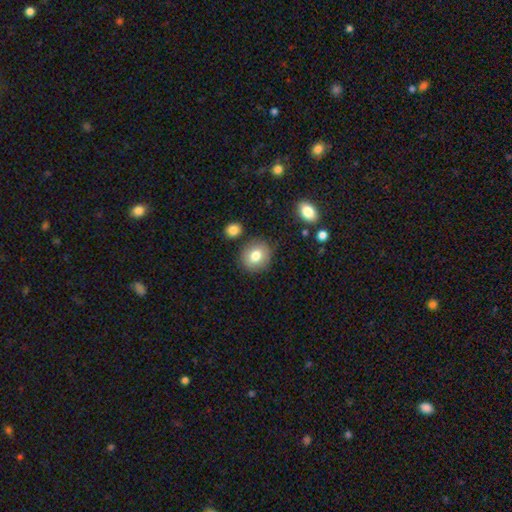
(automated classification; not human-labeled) Overall: smooth (79%). How rounded: round (79%). Merging: none (84%).